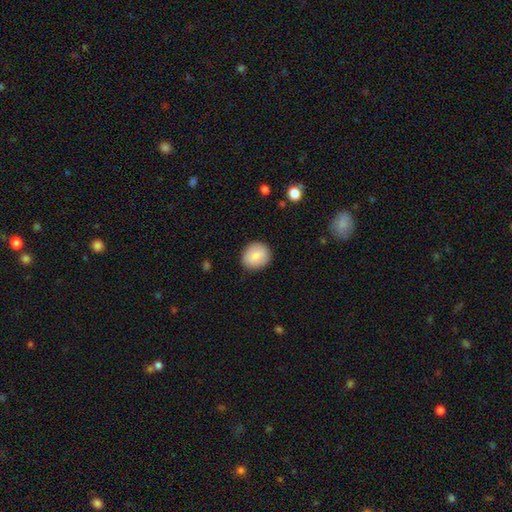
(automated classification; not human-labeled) Q: Smooth or featured?
A: smooth (84%); runner-up: featured or disk (9%)
Q: How rounded?
A: round (78%); runner-up: in between (21%)
Q: Merging?
A: none (87%); runner-up: minor disturbance (9%)